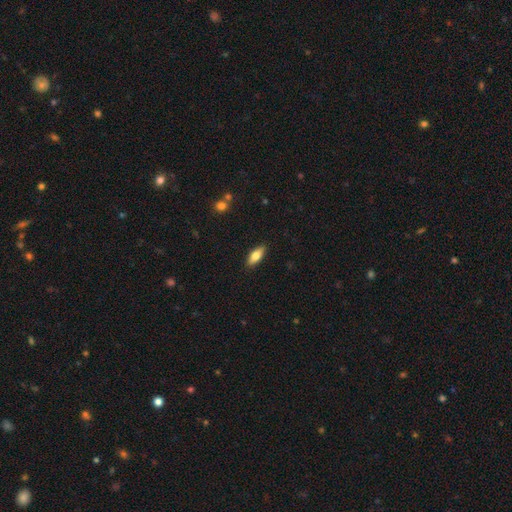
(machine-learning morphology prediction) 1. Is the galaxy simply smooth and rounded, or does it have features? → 72% smooth, 22% featured or disk, 6% star or artifact.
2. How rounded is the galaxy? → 69% in between, 28% cigar-shaped, 3% round.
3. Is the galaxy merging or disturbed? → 89% none, 8% minor disturbance, 2% major disturbance, 1% merger.